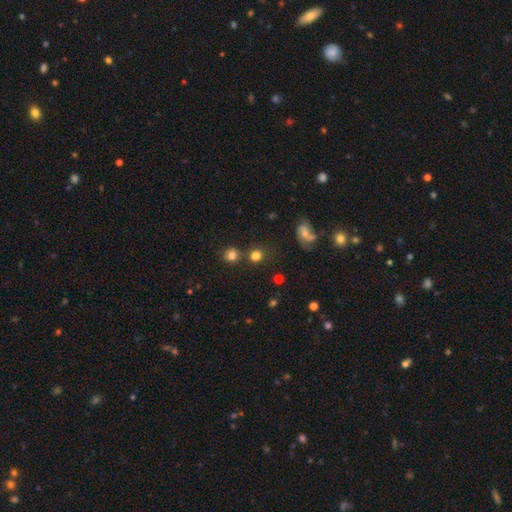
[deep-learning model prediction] A smooth galaxy with no disk features (78%) that is round (84%). Merging: none (67%).